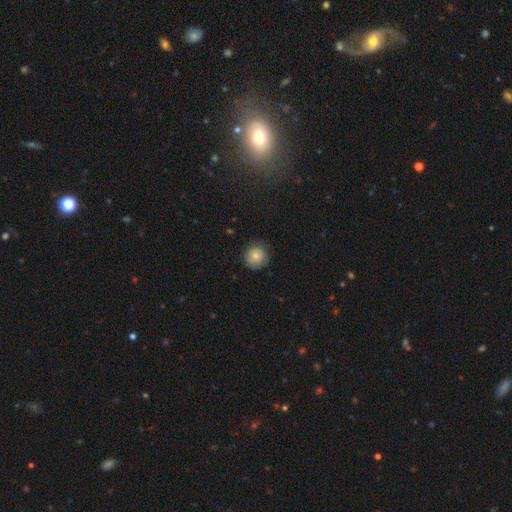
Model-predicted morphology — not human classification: Smooth or featured? Predicted: smooth (p=0.80). How rounded? Predicted: round (p=0.92). Merging? Predicted: none (p=0.79).